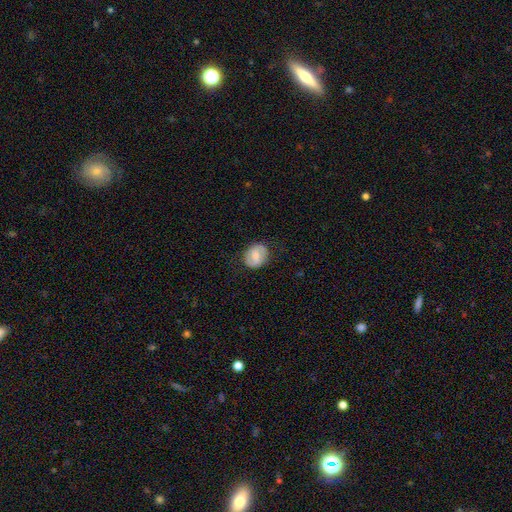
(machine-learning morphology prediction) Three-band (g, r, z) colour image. It shows a smooth galaxy with no disk features (56%) that is round (60%). Merging: none (81%).